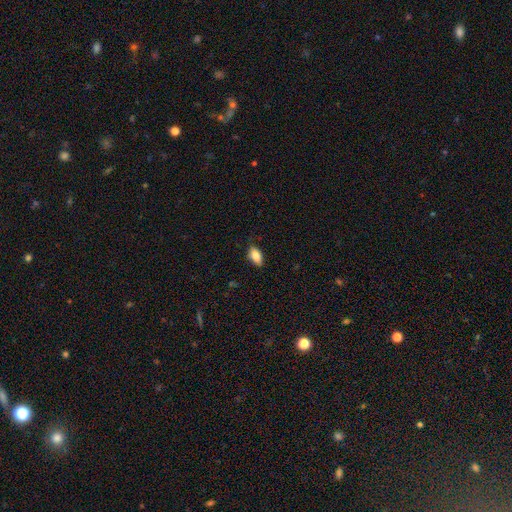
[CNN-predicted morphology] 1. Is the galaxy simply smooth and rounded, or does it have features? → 82% smooth, 10% featured or disk, 7% star or artifact.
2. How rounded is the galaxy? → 90% in between, 5% cigar-shaped, 4% round.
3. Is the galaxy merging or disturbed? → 83% none, 14% minor disturbance, 2% major disturbance, 1% merger.